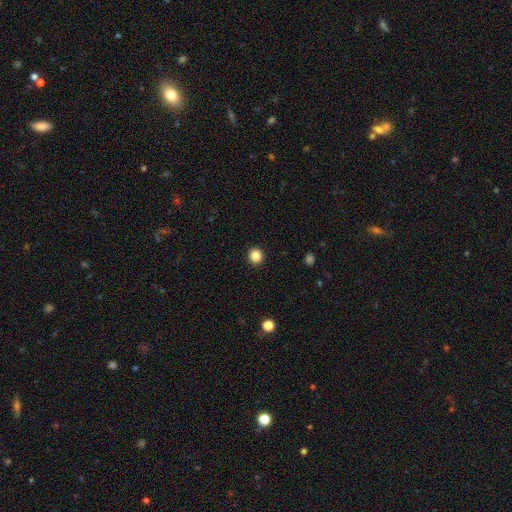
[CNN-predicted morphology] Smooth or featured? Predicted: smooth (p=0.86). How rounded? Predicted: round (p=0.93). Merging? Predicted: none (p=0.93).